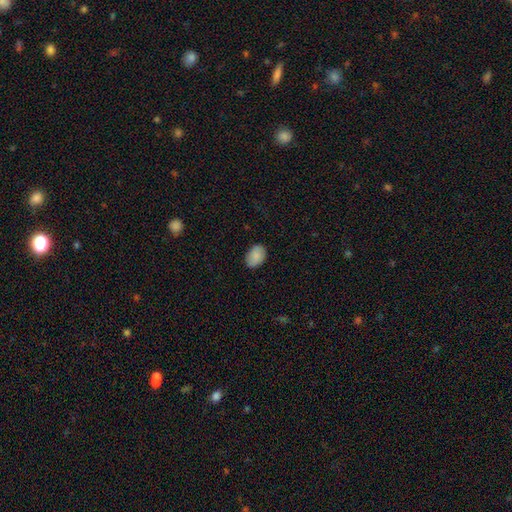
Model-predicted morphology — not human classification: A smooth galaxy with no disk features (87%) that is in between round and cigar-shaped (82%). Merging: none (86%).